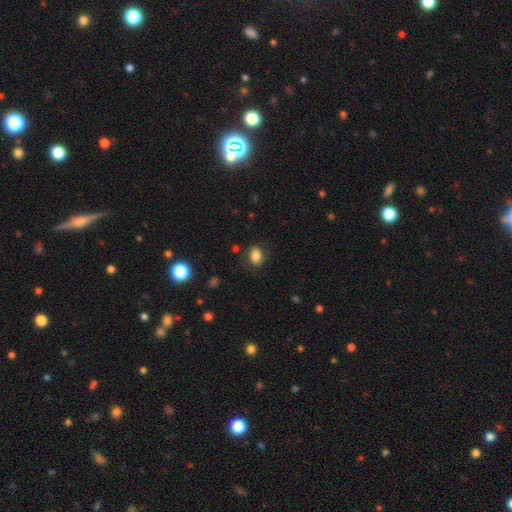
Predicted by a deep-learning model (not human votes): A smooth galaxy with no disk features (83%) that is in between round and cigar-shaped (75%).

Vote fractions:
- Smooth or featured? smooth: 83% / star or artifact: 10% / featured or disk: 7%
- How rounded? in between: 75% / round: 23% / cigar-shaped: 1%
- Merging? none: 80% / minor disturbance: 13% / major disturbance: 4% / merger: 2%